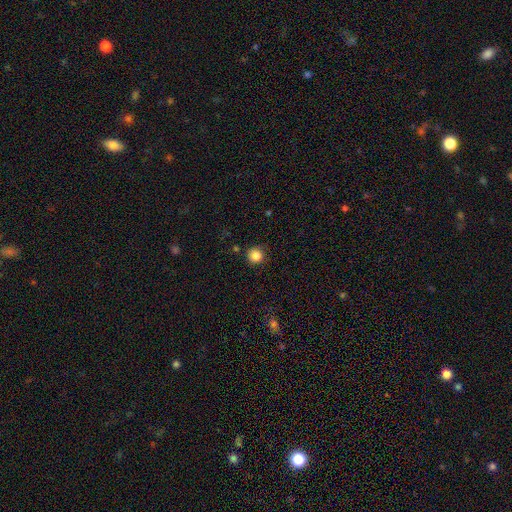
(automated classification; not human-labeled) smooth 84%, star or artifact 11%, featured or disk 5%. Down the decision tree: how rounded — round (93%); merging — none (82%).